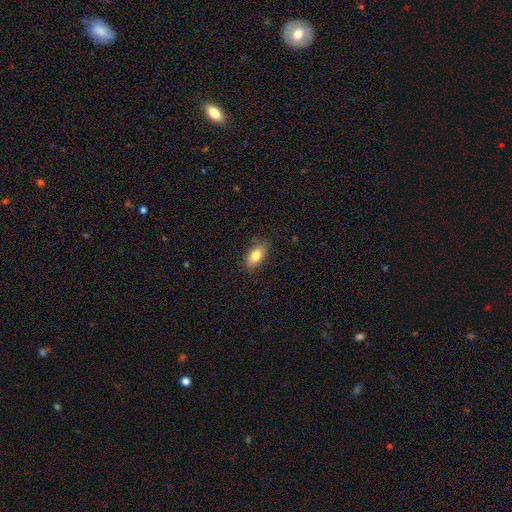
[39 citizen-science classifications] Q: Smooth or featured?
A: smooth (72%); runner-up: featured or disk (18%)
Q: How rounded?
A: in between (79%); runner-up: round (14%)
Q: Merging?
A: none (77%); runner-up: minor disturbance (14%)